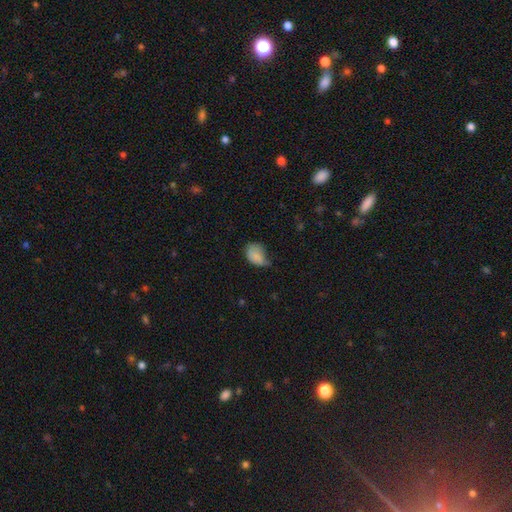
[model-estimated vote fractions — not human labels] Smooth or featured?
  - smooth: 83% *
  - featured or disk: 9%
  - star or artifact: 8%
How rounded?
  - in between: 78% *
  - round: 21%
  - cigar-shaped: 1%
Merging?
  - minor disturbance: 48% *
  - none: 30%
  - major disturbance: 20%
  - merger: 3%